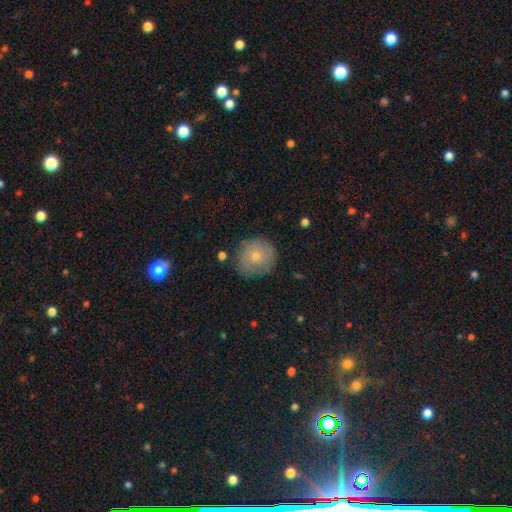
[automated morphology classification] smooth 65%, featured or disk 27%, star or artifact 8%. Down the decision tree: how rounded — round (90%); merging — none (77%).